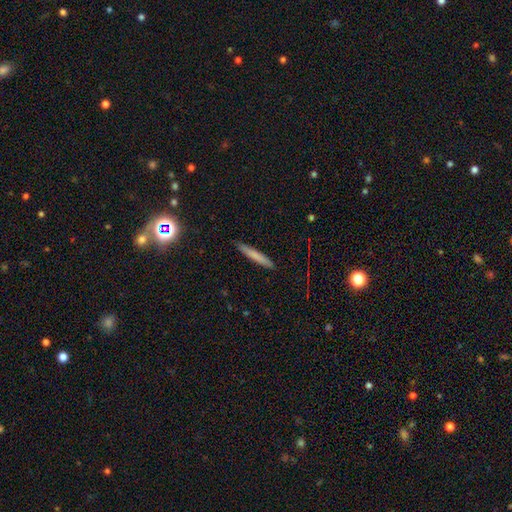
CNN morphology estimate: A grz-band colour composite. It shows a smooth galaxy with no disk features (73%) that is cigar-shaped (95%). Merging: none (89%).